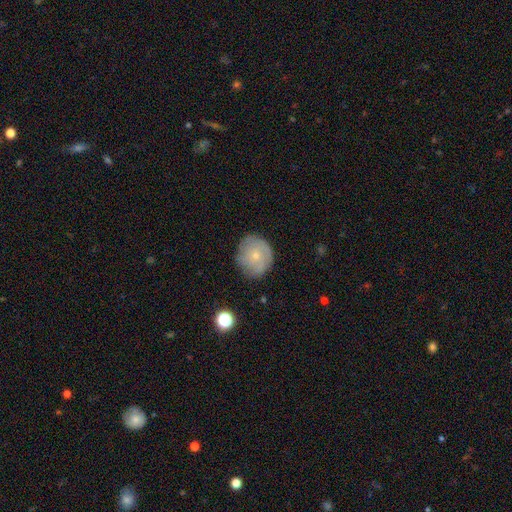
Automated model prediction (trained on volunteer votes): smooth_or_featured: smooth (p=0.54) [alt: featured or disk p=0.38]
how_rounded: round (p=0.85) [alt: in between p=0.14]
merging: none (p=0.76) [alt: minor disturbance p=0.18]